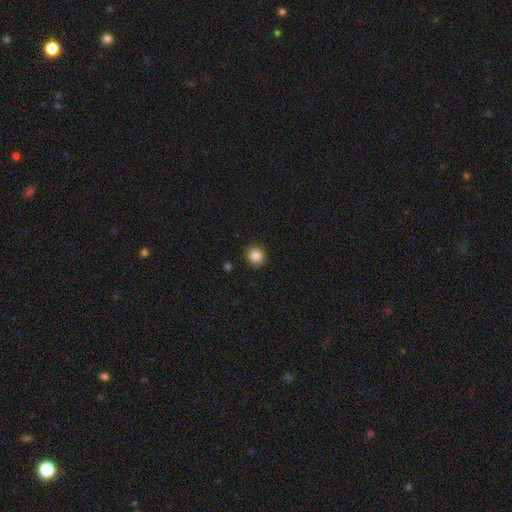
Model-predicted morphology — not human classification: A smooth galaxy with no disk features (86%) that is round (89%).

Vote fractions:
- Smooth or featured? smooth: 86% / star or artifact: 10% / featured or disk: 4%
- How rounded? round: 89% / in between: 10% / cigar-shaped: 1%
- Merging? none: 91% / minor disturbance: 6% / major disturbance: 2% / merger: 1%